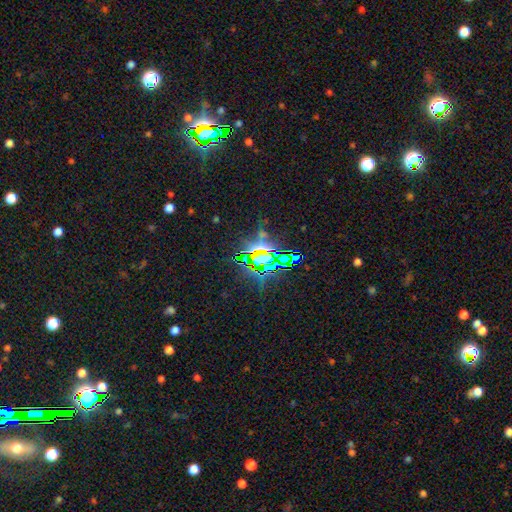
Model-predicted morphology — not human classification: Q: Smooth or featured?
A: star or artifact (74%); runner-up: smooth (13%)